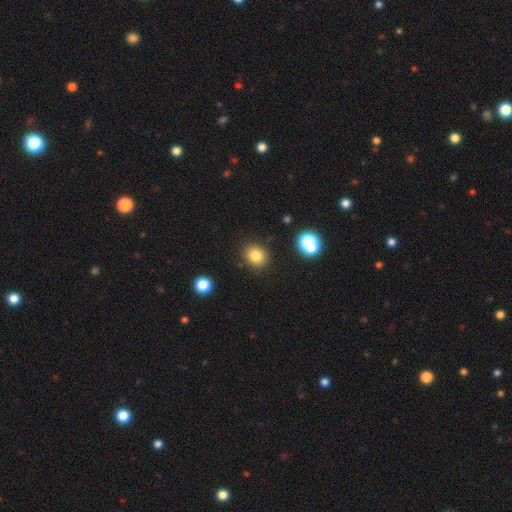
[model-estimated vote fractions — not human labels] A smooth galaxy with no disk features (81%) that is round (71%). Merging: none (88%).